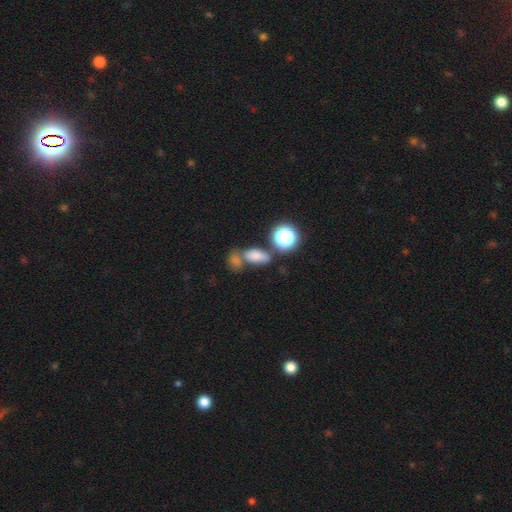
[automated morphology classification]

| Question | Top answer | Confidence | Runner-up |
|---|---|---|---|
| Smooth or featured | smooth | 73% | star or artifact (17%) |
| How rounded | in between | 81% | round (14%) |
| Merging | none | 43% | merger (38%) |